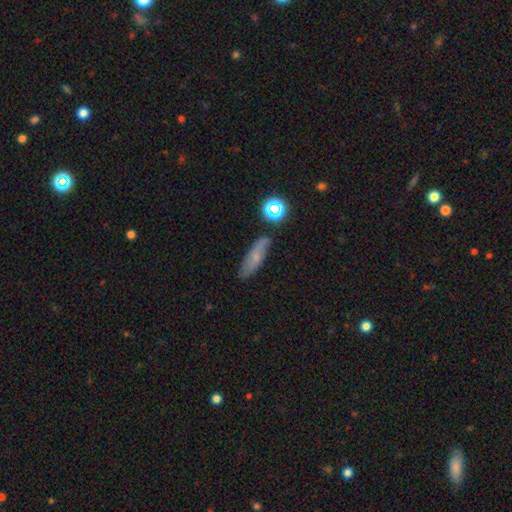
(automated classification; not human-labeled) This appears to be a smooth galaxy with no disk features (55%) that is cigar-shaped (51%). Merging: none (75%).